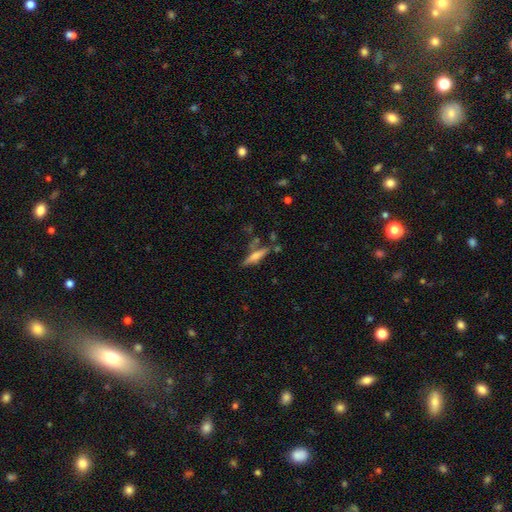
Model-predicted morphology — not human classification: The model was most divided on "smooth or featured": smooth: 49%, featured or disk: 43%, star or artifact: 9%. More confident: merging — none (65%).